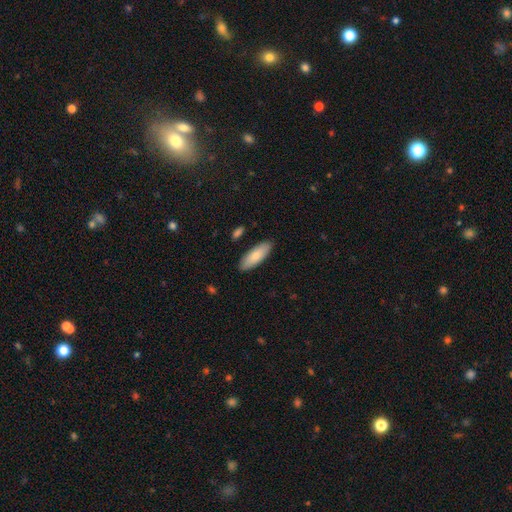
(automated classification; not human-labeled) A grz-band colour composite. It shows a smooth galaxy with no disk features (78%) that is in between round and cigar-shaped (68%). Merging: none (87%).